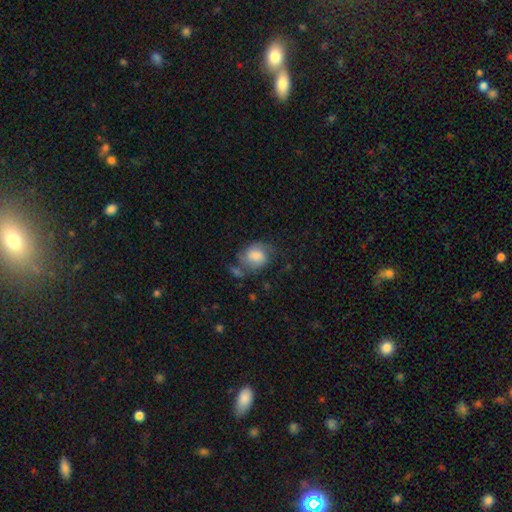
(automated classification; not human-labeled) A smooth galaxy with no disk features (57%) that is round (52%). Merging: none (45%).